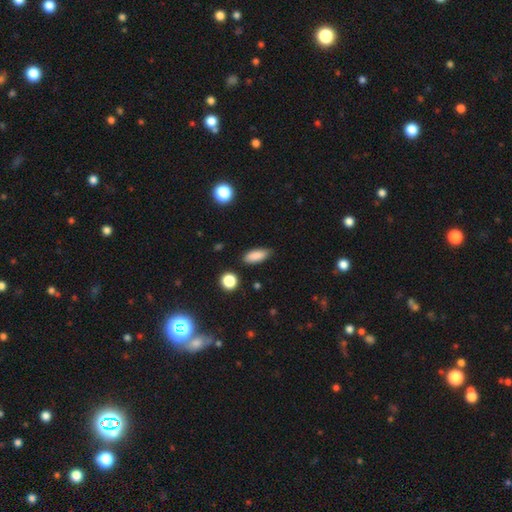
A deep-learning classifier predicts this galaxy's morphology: Smooth or featured? smooth (86%)
How rounded? in between (76%)
Merging? none (83%)